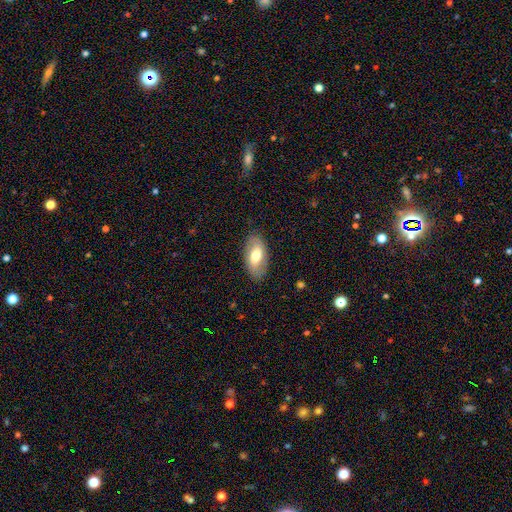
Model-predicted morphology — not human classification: Q: Smooth or featured?
A: smooth (58%); runner-up: featured or disk (37%)
Q: How rounded?
A: in between (93%); runner-up: cigar-shaped (4%)
Q: Merging?
A: none (85%); runner-up: minor disturbance (11%)